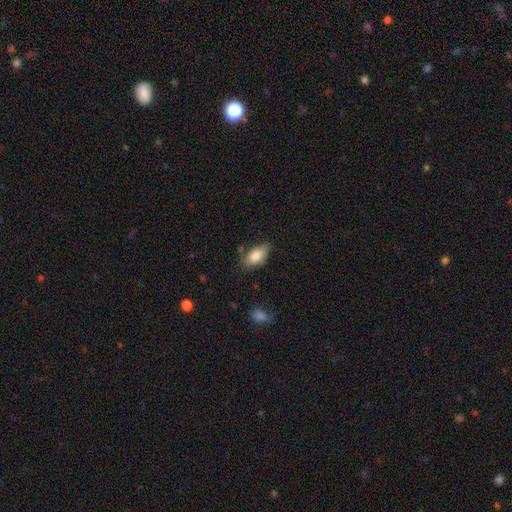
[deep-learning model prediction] Smooth or featured? smooth (81%)
How rounded? in between (90%)
Merging? none (65%)